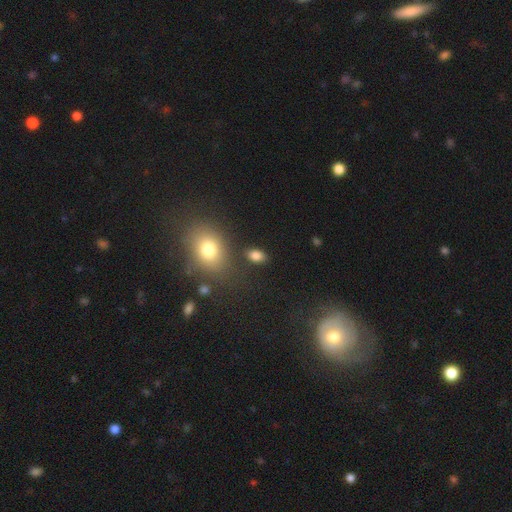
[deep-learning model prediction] This appears to be a smooth galaxy with no disk features (82%) that is in between round and cigar-shaped (85%). Merging: none (80%).